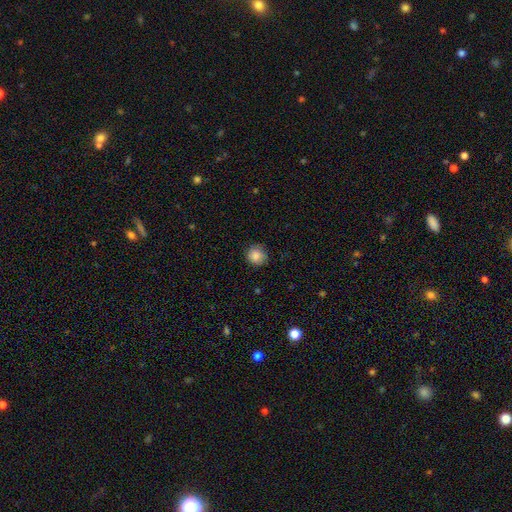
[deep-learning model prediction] Overall: smooth (87%). How rounded: round (90%). Merging: none (82%).